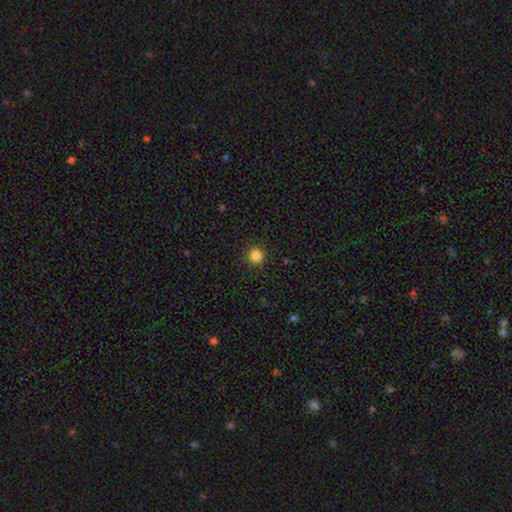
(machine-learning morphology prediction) smooth 85%, star or artifact 11%, featured or disk 4%. Down the decision tree: how rounded — round (96%); merging — none (92%).